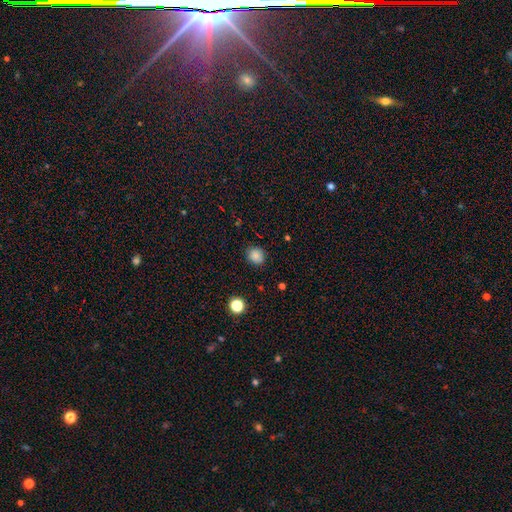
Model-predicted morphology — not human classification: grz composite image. It shows a smooth galaxy with no disk features (84%) that is round (83%). Merging: none (84%).